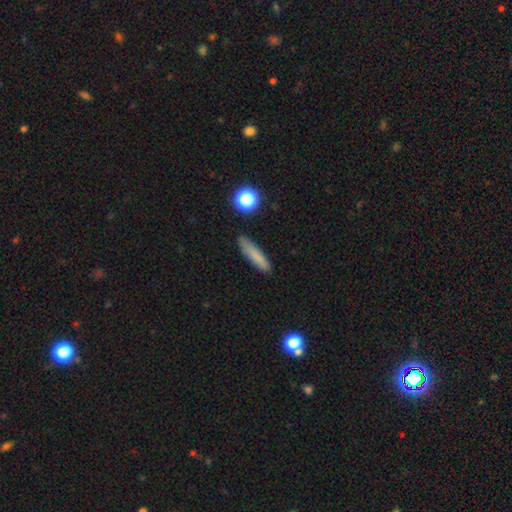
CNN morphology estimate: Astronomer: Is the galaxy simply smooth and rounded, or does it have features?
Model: smooth — 80%.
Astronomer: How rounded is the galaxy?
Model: cigar-shaped — 83%.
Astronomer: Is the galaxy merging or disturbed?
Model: none — 86%.